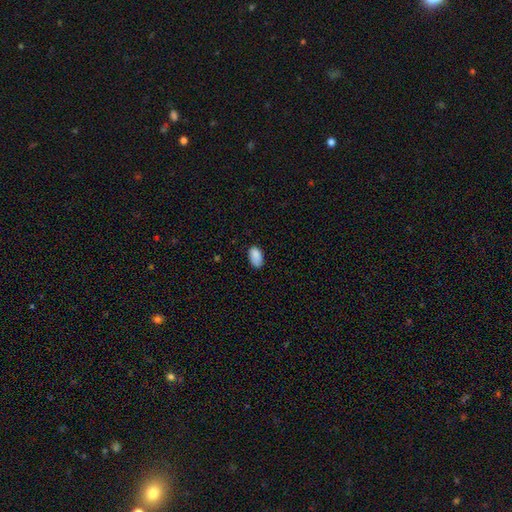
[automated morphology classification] Smooth or featured? smooth (89%)
How rounded? in between (95%)
Merging? none (78%)